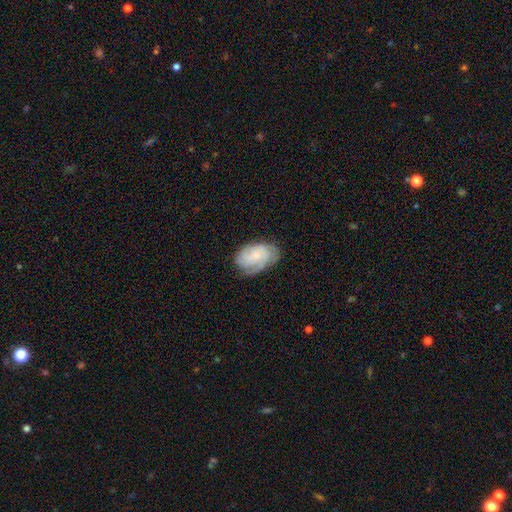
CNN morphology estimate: A featured or disk galaxy (68%) with no bar (74%), tight (59%) spiral arms (93%) and a small central bulge (65%). Merging: none (68%).